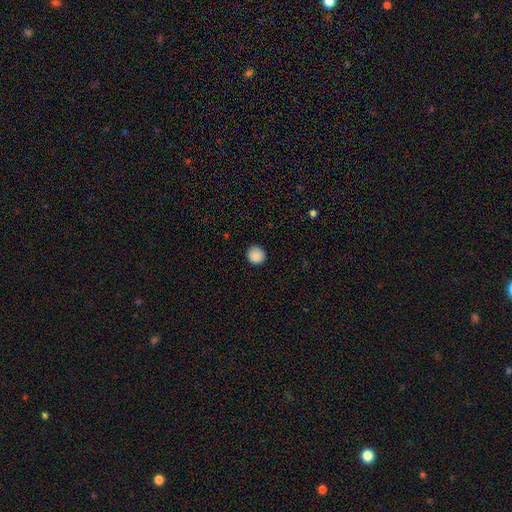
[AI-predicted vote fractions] This is clearly a smooth galaxy (89%). How rounded: clearly round (89%). Merging: clearly none (89%).